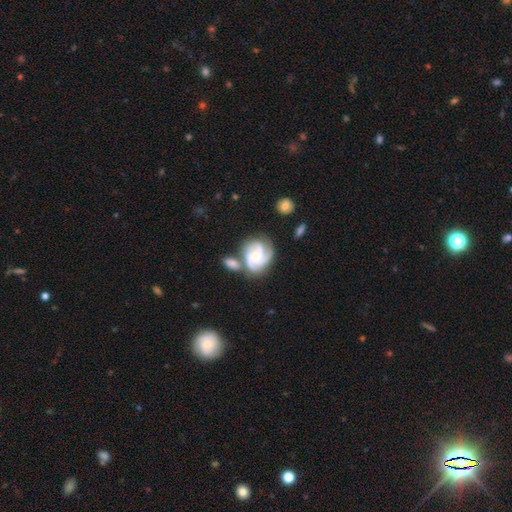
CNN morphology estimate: Smooth or featured? featured or disk (81%)
Edge-on disk? no (98%)
Bar? no (70%)
Spiral arms? yes (96%)
Spiral winding? tight (49%)
Spiral arm count? 3 (57%)
Bulge size? small (50%)
Merging? none (48%)